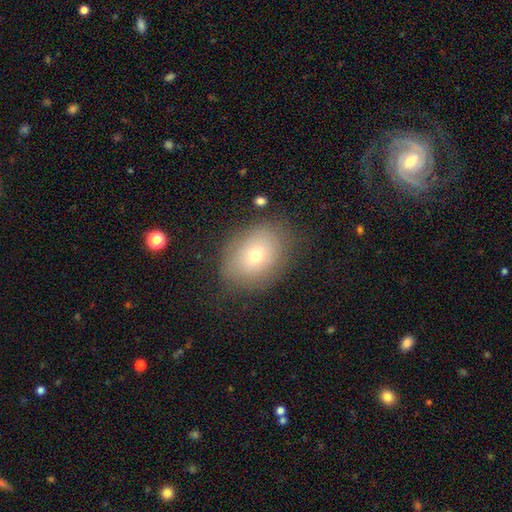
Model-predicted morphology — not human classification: Q: Smooth or featured?
A: smooth (66%); runner-up: featured or disk (21%)
Q: How rounded?
A: in between (57%); runner-up: round (42%)
Q: Merging?
A: none (73%); runner-up: minor disturbance (18%)